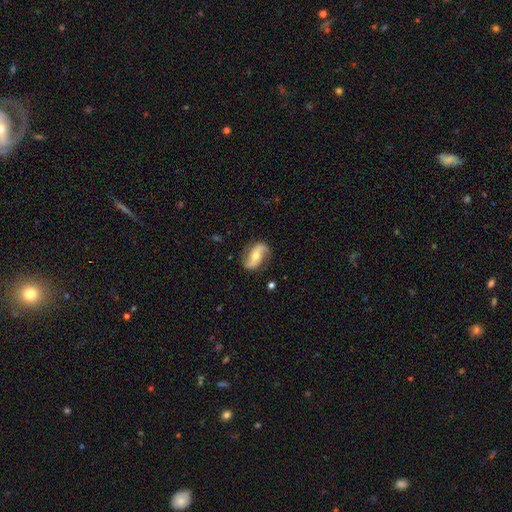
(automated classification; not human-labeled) smooth_or_featured: featured or disk (p=0.80) [alt: smooth p=0.15]
disk_edge_on: no (p=0.95) [alt: yes p=0.05]
bar: no (p=0.46) [alt: weak p=0.30]
has_spiral_arms: yes (p=0.94) [alt: no p=0.06]
spiral_winding: loose (p=0.63) [alt: medium p=0.26]
spiral_arm_count: 2 (p=0.92) [alt: can't tell p=0.03]
bulge_size: moderate (p=0.59) [alt: small p=0.34]
merging: none (p=0.81) [alt: minor disturbance p=0.13]